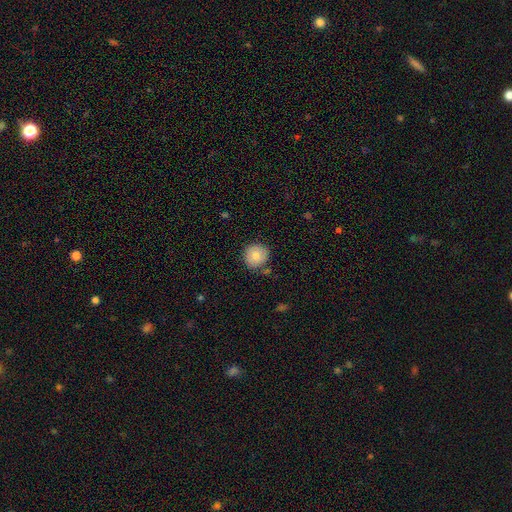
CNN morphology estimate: This is likely a smooth galaxy (79%). How rounded: clearly round (92%). Merging: clearly none (82%).